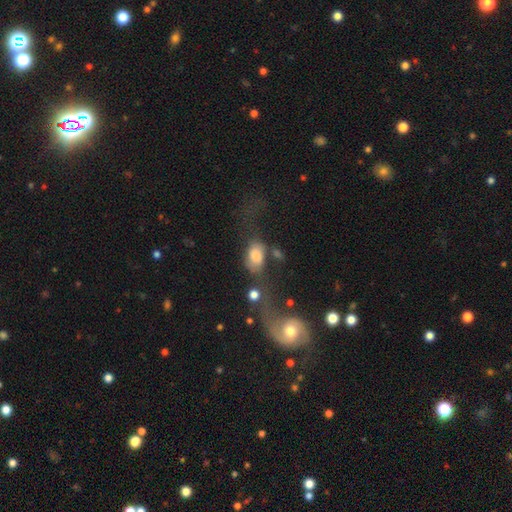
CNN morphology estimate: Smooth or featured? smooth (74%)
How rounded? in between (86%)
Merging? major disturbance (33%)